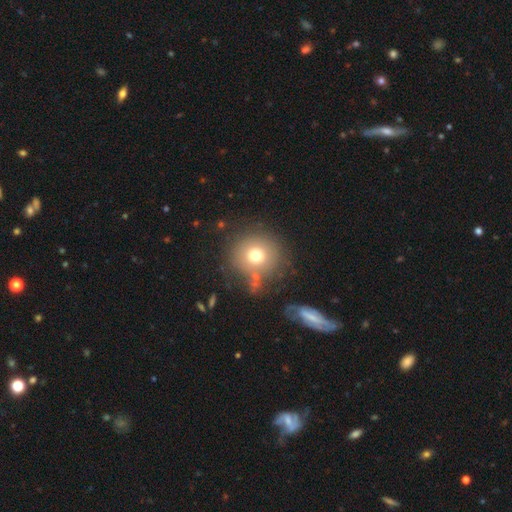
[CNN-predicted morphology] This is likely a smooth galaxy (71%). How rounded: clearly round (91%). Merging: likely none (71%).